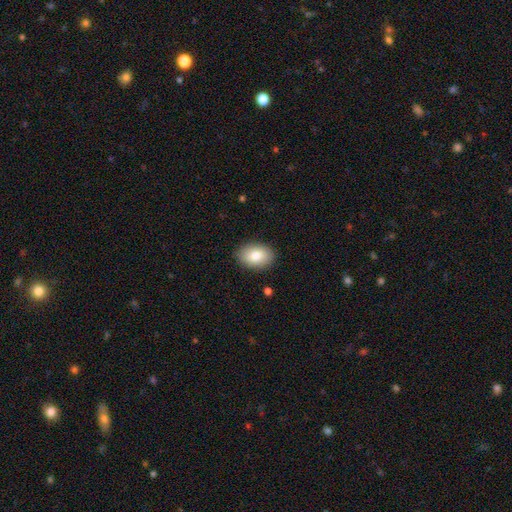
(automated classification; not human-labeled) This is clearly a smooth galaxy (82%). How rounded: clearly in between (83%). Merging: clearly none (88%).